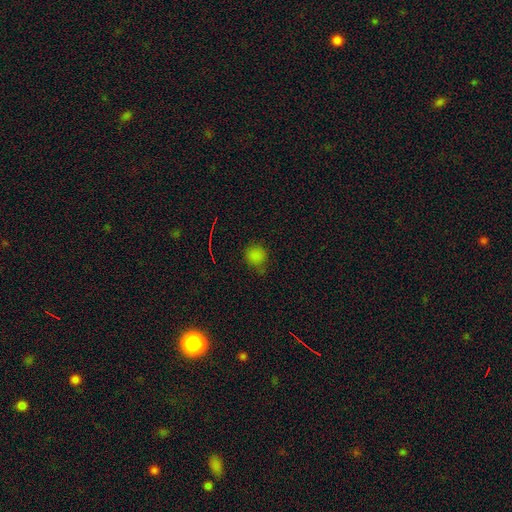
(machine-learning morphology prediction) A smooth galaxy with no disk features (74%) that is round (83%).

Vote fractions:
- Smooth or featured? smooth: 74% / star or artifact: 21% / featured or disk: 6%
- How rounded? round: 83% / in between: 15% / cigar-shaped: 1%
- Merging? none: 64% / minor disturbance: 26% / major disturbance: 7% / merger: 3%